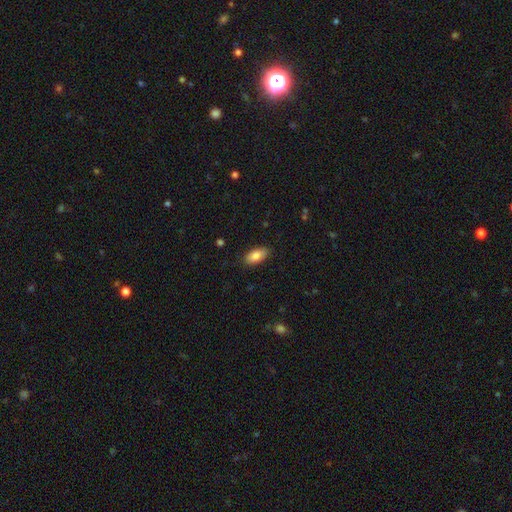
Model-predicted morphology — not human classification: smooth-or-featured: smooth: 85% | featured or disk: 8% | star or artifact: 7%
  how-rounded: in between: 90% | cigar-shaped: 7% | round: 3%
  merging: none: 86% | minor disturbance: 11% | major disturbance: 2% | merger: 1%